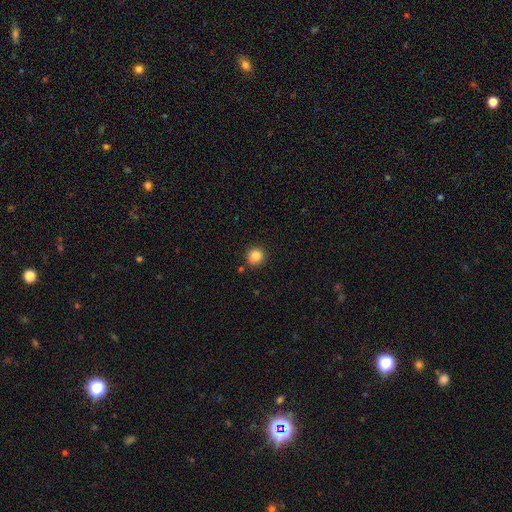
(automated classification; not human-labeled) Smooth or featured: smooth — 84% (star or artifact — 11%)
How rounded: round — 91% (in between — 8%)
Merging: none — 88% (minor disturbance — 7%)